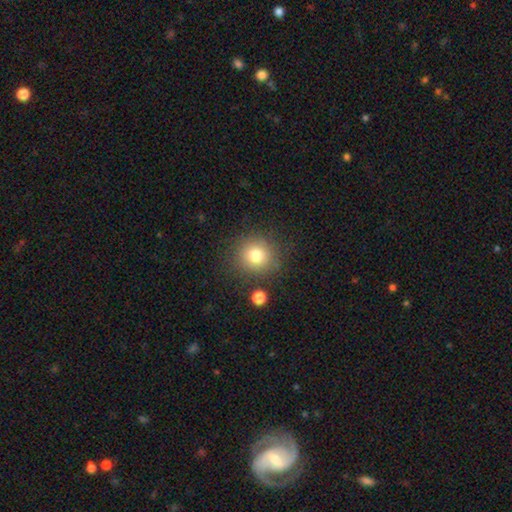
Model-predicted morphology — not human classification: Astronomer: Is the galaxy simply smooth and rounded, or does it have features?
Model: smooth — 79%.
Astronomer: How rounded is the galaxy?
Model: round — 91%.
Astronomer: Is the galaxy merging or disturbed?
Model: none — 83%.